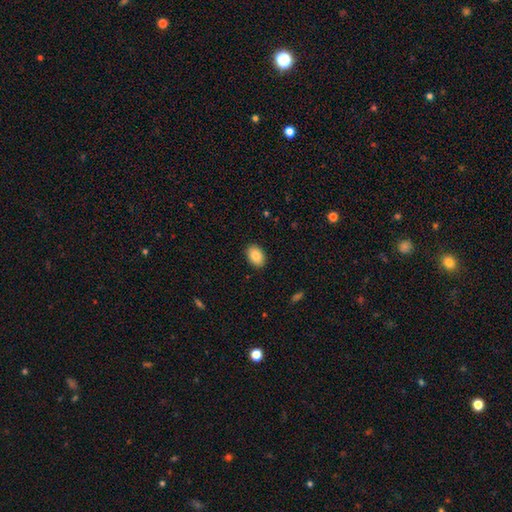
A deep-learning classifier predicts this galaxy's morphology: Overall: smooth (84%). How rounded: in between (86%). Merging: none (89%).